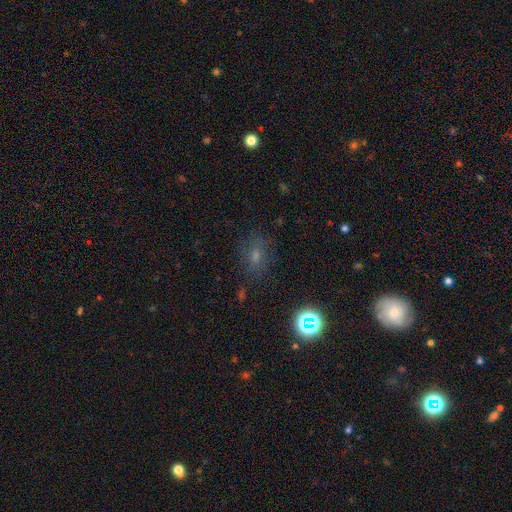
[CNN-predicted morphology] Q: Smooth or featured?
A: smooth (52%); runner-up: star or artifact (29%)
Q: How rounded?
A: in between (59%); runner-up: round (38%)
Q: Merging?
A: none (73%); runner-up: minor disturbance (17%)